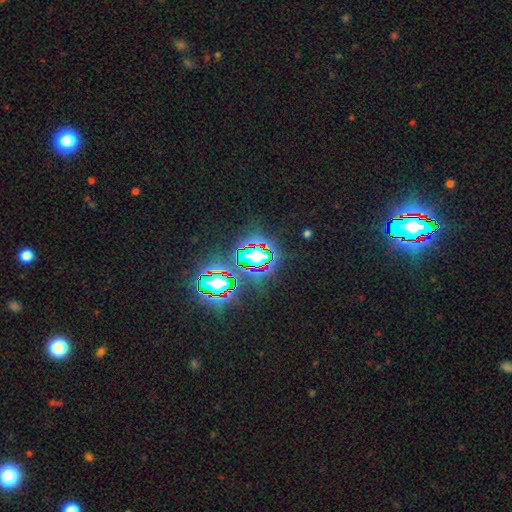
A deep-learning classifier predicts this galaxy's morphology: Smooth or featured: star or artifact — 74% (smooth — 15%)